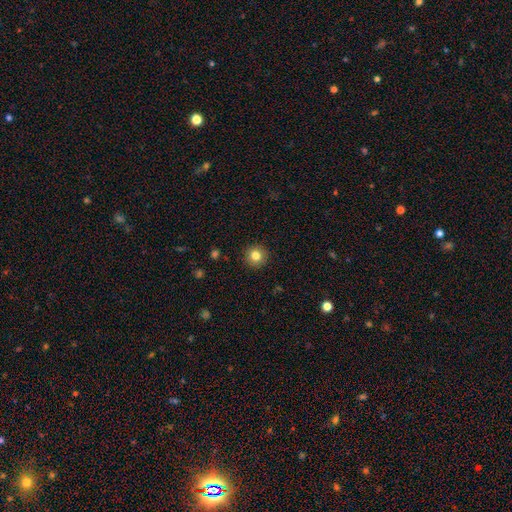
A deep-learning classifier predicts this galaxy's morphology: Smooth or featured? Predicted: smooth (p=0.82). How rounded? Predicted: round (p=0.94). Merging? Predicted: none (p=0.92).